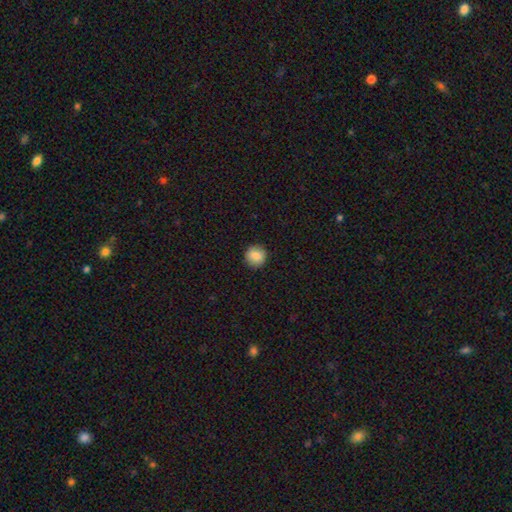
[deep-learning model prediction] Smooth or featured? smooth (86%)
How rounded? round (92%)
Merging? none (90%)